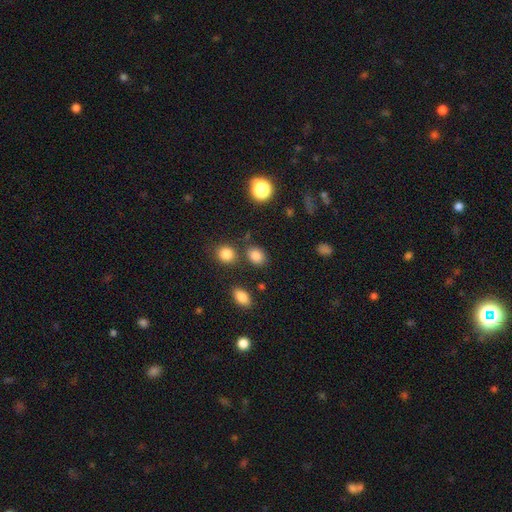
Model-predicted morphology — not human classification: smooth 83%, star or artifact 12%, featured or disk 5%. Down the decision tree: how rounded — in between (53%); merging — none (77%).